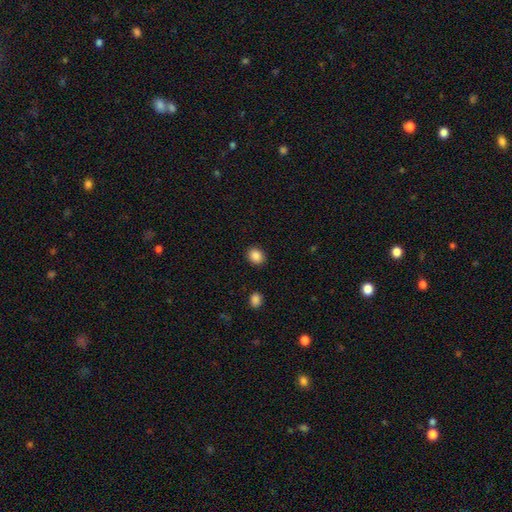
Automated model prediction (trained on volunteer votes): This appears to be a smooth galaxy with no disk features (88%) that is round (61%). Merging: none (89%).